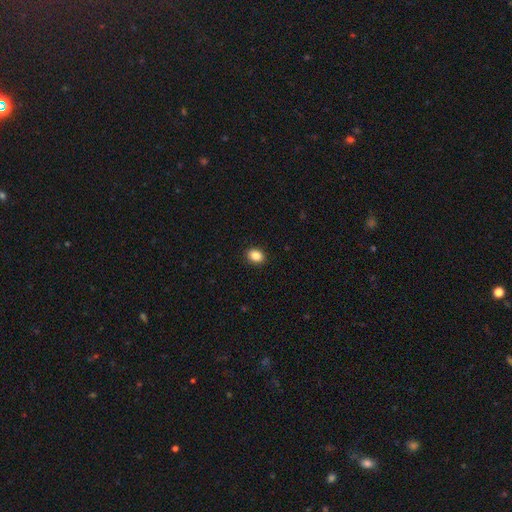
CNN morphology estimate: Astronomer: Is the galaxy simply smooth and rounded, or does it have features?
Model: smooth — 88%.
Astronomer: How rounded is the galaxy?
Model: in between — 66%.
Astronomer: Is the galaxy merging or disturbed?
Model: none — 91%.